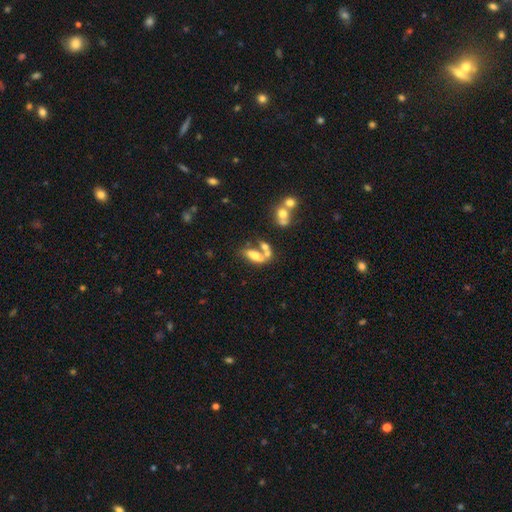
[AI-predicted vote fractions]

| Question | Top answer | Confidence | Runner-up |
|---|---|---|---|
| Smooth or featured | smooth | 66% | featured or disk (22%) |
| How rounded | in between | 68% | cigar-shaped (27%) |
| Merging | merger | 43% | none (35%) |